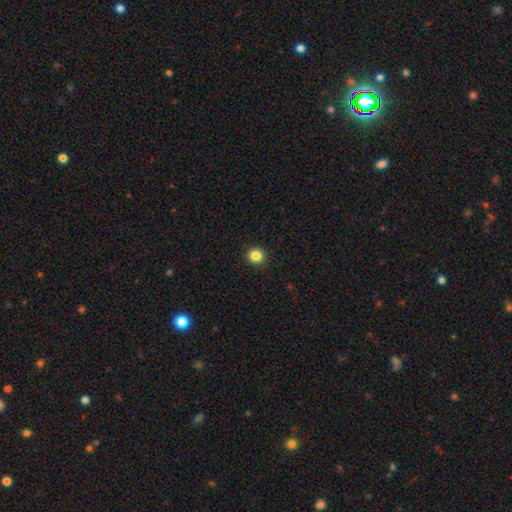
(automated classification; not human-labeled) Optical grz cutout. It shows a smooth galaxy with no disk features (84%) that is round (94%). Merging: none (93%).